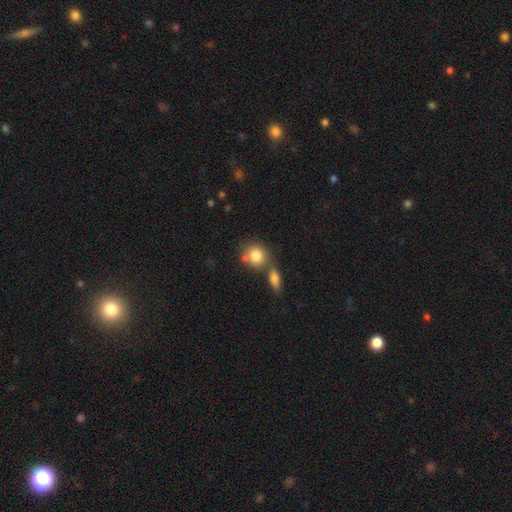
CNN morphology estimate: Smooth or featured? smooth (82%)
How rounded? round (72%)
Merging? none (48%)